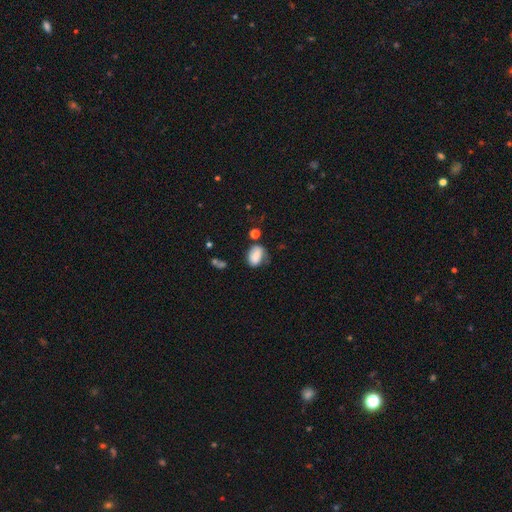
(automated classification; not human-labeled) Smooth or featured? smooth (77%)
How rounded? in between (79%)
Merging? none (53%)